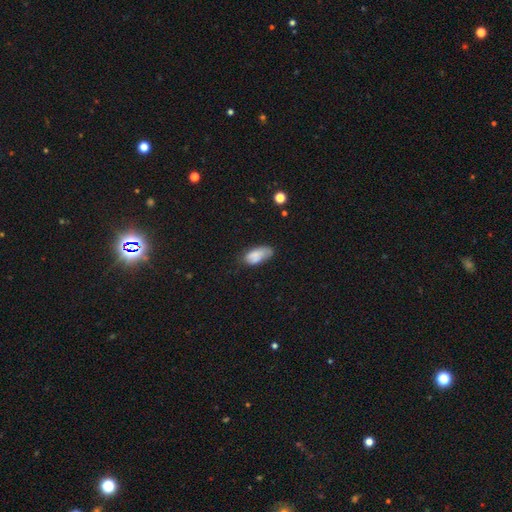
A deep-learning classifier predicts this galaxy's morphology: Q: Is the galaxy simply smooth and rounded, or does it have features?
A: smooth — 77%.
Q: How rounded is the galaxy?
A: in between — 90%.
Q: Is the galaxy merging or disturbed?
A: none — 50%.